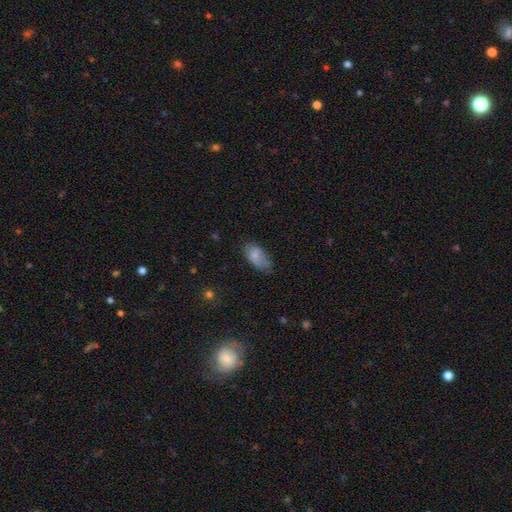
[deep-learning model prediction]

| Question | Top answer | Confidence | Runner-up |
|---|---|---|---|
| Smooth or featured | smooth | 80% | featured or disk (12%) |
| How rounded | in between | 93% | cigar-shaped (4%) |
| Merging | none | 59% | minor disturbance (30%) |